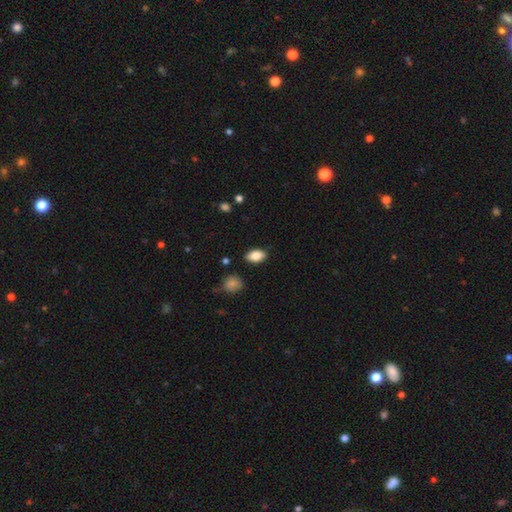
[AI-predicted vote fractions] Overall: smooth (84%). How rounded: in between (90%). Merging: none (86%).